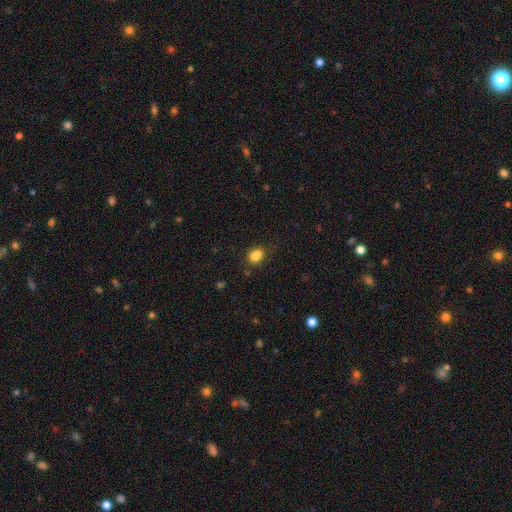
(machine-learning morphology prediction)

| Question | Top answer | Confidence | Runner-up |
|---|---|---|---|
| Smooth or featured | smooth | 84% | star or artifact (11%) |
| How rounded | in between | 69% | round (30%) |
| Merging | none | 69% | minor disturbance (19%) |